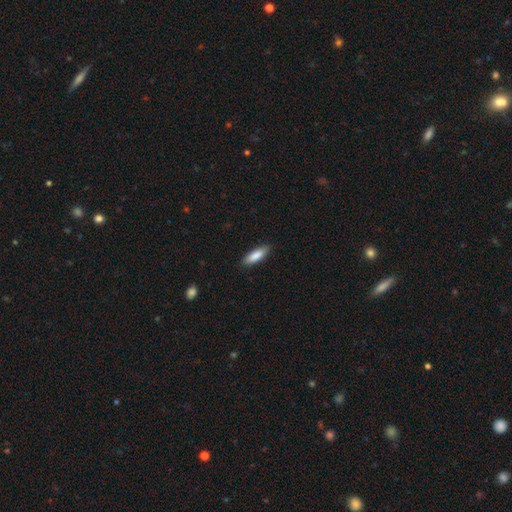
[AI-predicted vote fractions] smooth_or_featured: smooth (p=0.86) [alt: featured or disk p=0.08]
how_rounded: in between (p=0.52) [alt: cigar-shaped p=0.47]
merging: none (p=0.87) [alt: minor disturbance p=0.10]